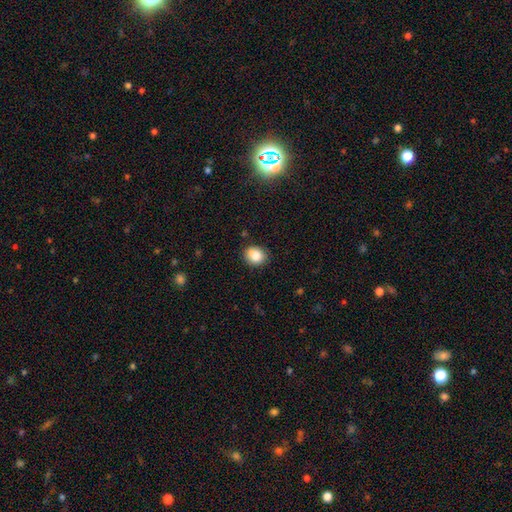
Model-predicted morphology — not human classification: Overall: smooth (84%). How rounded: round (63%; in between 36%). Merging: none (84%).